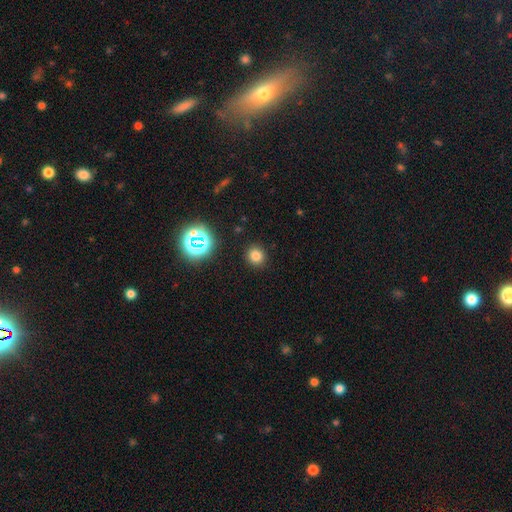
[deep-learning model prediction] Smooth or featured: smooth — 75% (star or artifact — 19%)
How rounded: round — 86% (in between — 13%)
Merging: none — 90% (minor disturbance — 6%)